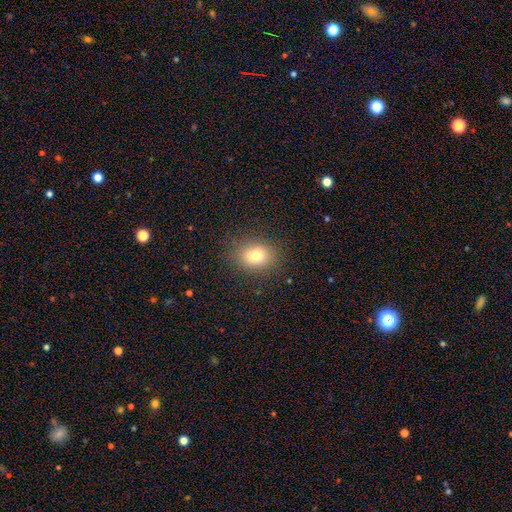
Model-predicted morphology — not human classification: Smooth or featured: smooth — 76% (star or artifact — 13%)
How rounded: in between — 53% (round — 46%)
Merging: none — 80% (minor disturbance — 12%)